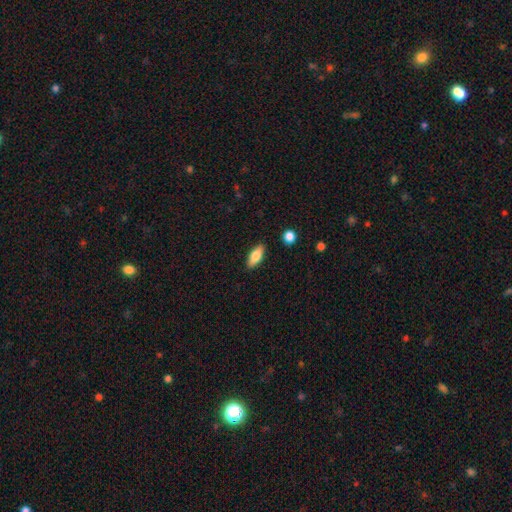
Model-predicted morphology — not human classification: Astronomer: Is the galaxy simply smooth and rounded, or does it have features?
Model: smooth — 76%.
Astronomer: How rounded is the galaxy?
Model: in between — 78%.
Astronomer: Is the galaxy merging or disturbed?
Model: none — 88%.